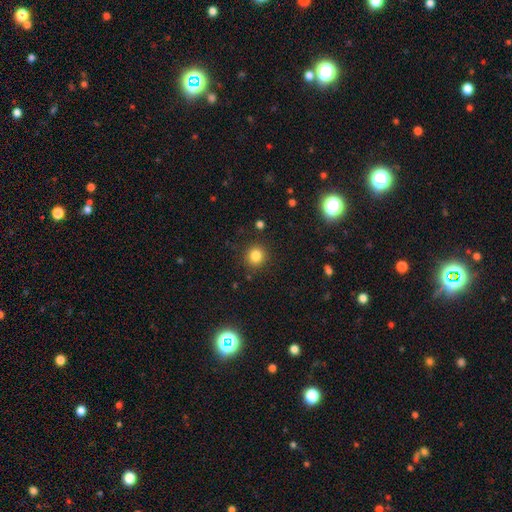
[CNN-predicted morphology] Overall: smooth (83%). How rounded: round (91%). Merging: none (88%).